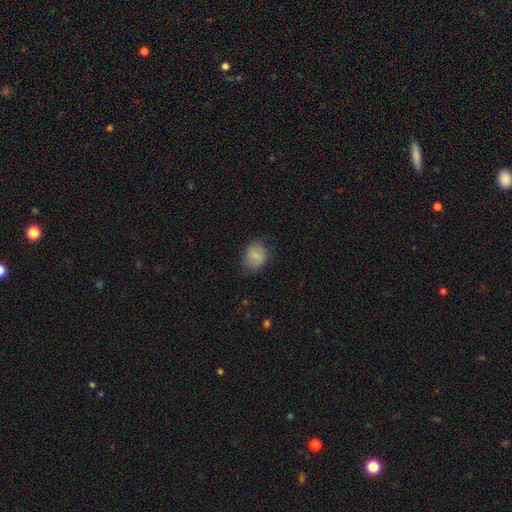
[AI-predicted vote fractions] smooth 77%, featured or disk 15%, star or artifact 8%. Down the decision tree: how rounded — round (54%); merging — none (76%).